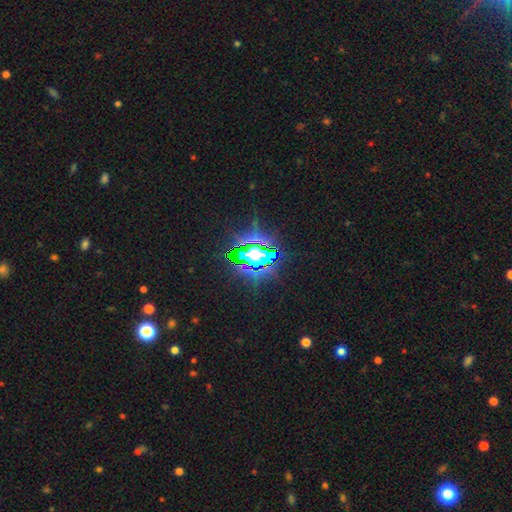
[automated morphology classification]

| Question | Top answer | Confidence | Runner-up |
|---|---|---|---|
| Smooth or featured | star or artifact | 69% | smooth (17%) |